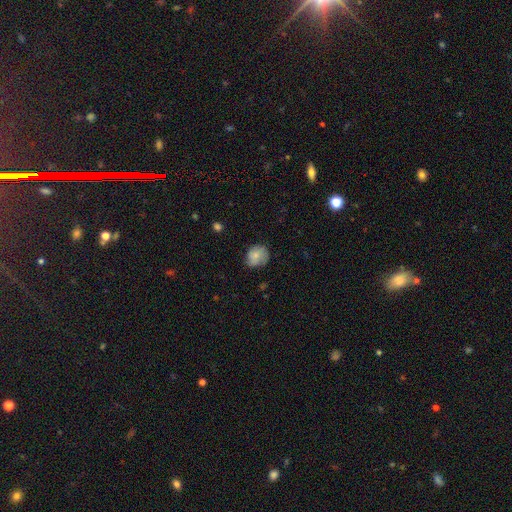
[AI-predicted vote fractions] smooth-or-featured: smooth: 71% | featured or disk: 21% | star or artifact: 8%
  how-rounded: round: 71% | in between: 28% | cigar-shaped: 1%
  merging: none: 67% | minor disturbance: 25% | major disturbance: 6% | merger: 1%